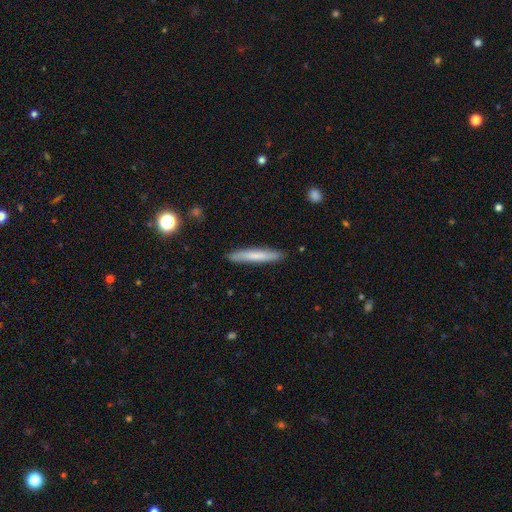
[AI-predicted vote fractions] Smooth or featured: smooth — 72% (featured or disk — 22%)
How rounded: cigar-shaped — 94% (in between — 4%)
Merging: none — 89% (minor disturbance — 8%)